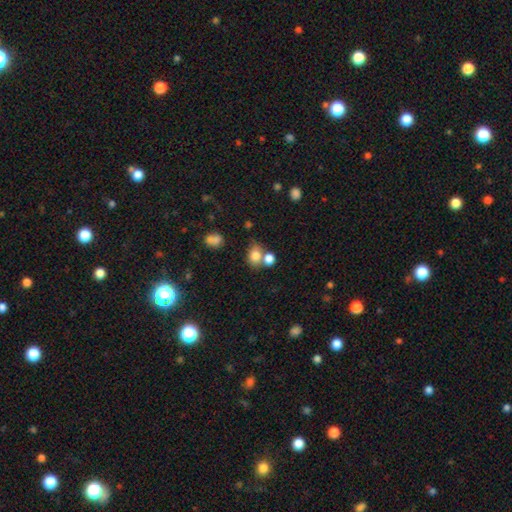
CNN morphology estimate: Overall: smooth (79%). How rounded: round (53%; in between 46%). Merging: none (48%; merger 35%).